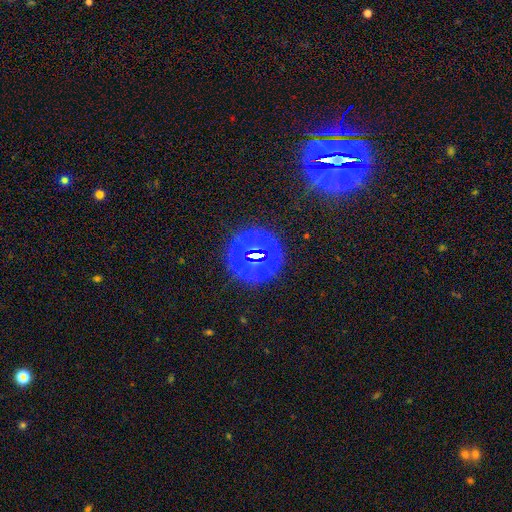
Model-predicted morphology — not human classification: Smooth or featured?
  - star or artifact: 78% *
  - smooth: 14%
  - featured or disk: 8%